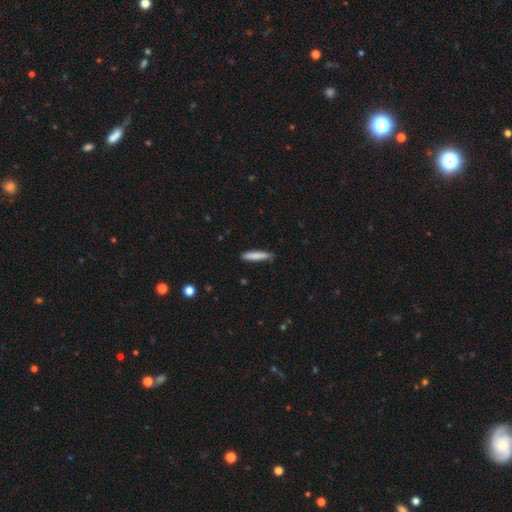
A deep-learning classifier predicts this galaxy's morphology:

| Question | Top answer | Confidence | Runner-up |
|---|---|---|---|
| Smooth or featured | smooth | 82% | featured or disk (12%) |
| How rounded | cigar-shaped | 91% | in between (7%) |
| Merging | none | 88% | minor disturbance (9%) |